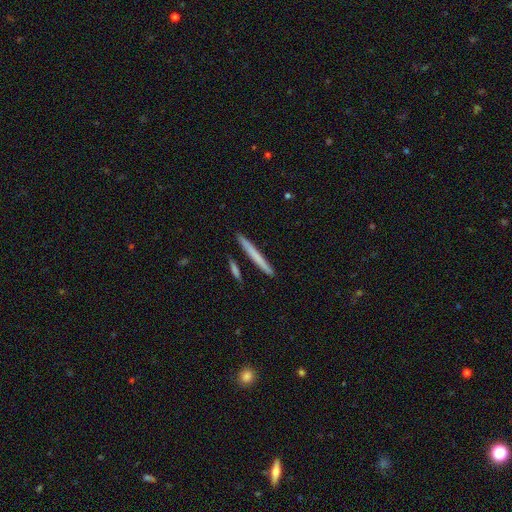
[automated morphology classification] This appears to be a smooth galaxy with no disk features (62%) that is cigar-shaped (97%). Merging: none (91%).